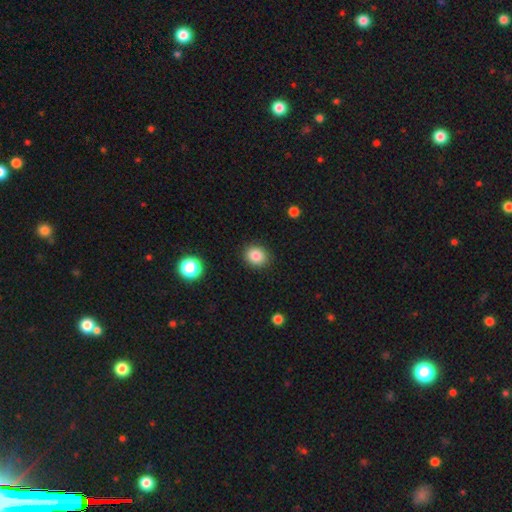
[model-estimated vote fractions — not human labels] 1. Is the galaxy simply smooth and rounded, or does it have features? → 85% smooth, 10% star or artifact, 5% featured or disk.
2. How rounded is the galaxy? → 70% round, 29% in between, 1% cigar-shaped.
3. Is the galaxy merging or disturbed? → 89% none, 7% minor disturbance, 2% major disturbance, 1% merger.